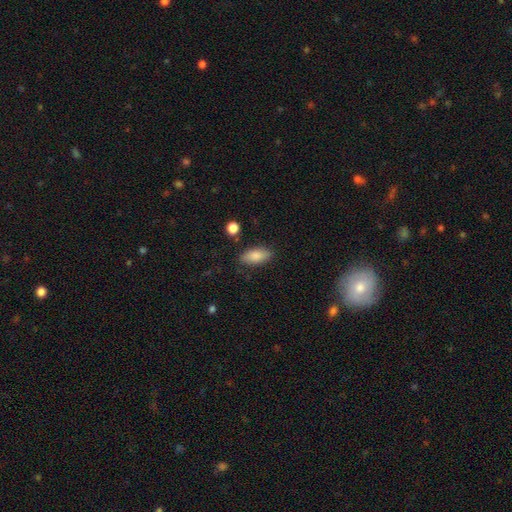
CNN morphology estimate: This is clearly a smooth galaxy (86%). How rounded: clearly in between (87%). Merging: clearly none (85%).